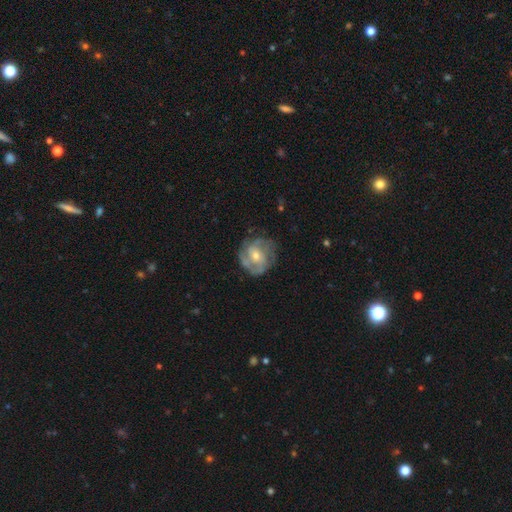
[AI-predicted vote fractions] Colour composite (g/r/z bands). It shows a featured or disk galaxy (78%) with no bar (58%), 3 (32%) tight (50%) spiral arms (91%) and a moderate central bulge (51%). Merging: none (72%).